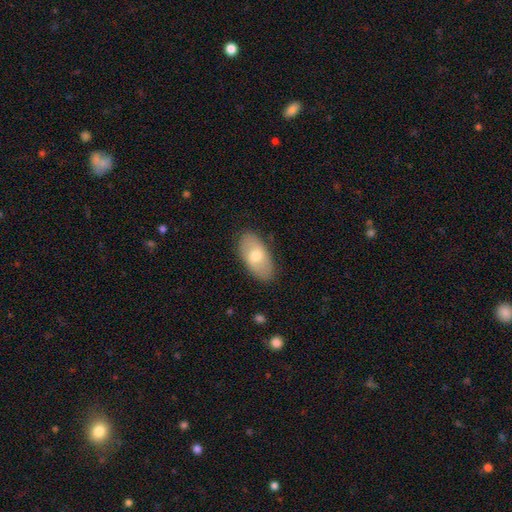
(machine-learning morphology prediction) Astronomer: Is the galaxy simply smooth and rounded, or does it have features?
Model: smooth — 65%.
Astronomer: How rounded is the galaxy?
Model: in between — 93%.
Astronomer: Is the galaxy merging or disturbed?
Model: none — 84%.